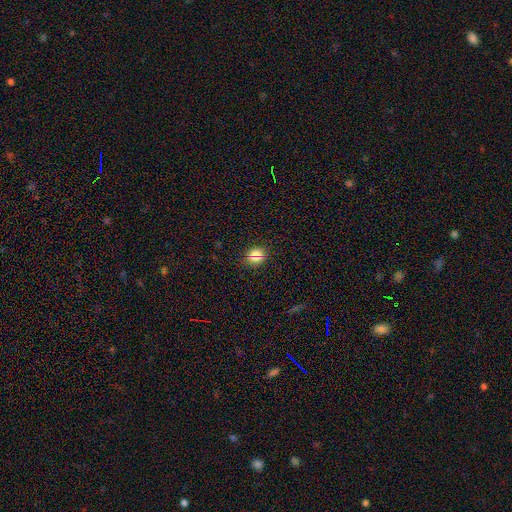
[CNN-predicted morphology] Overall: smooth (71%). How rounded: round (79%). Merging: none (85%).